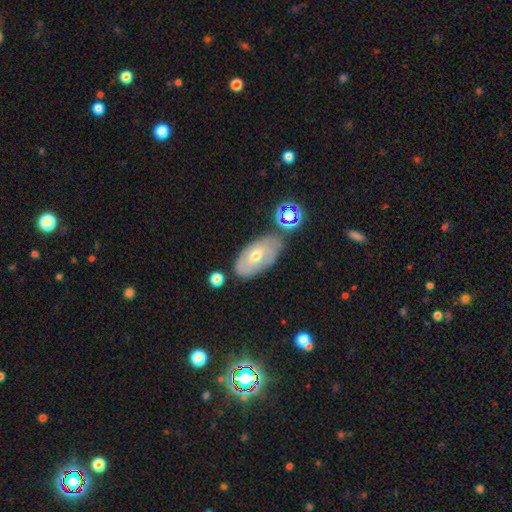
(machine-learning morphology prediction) featured or disk 54%, smooth 35%, star or artifact 10%. Down the decision tree: edge-on disk — no (90%); merging — none (71%).